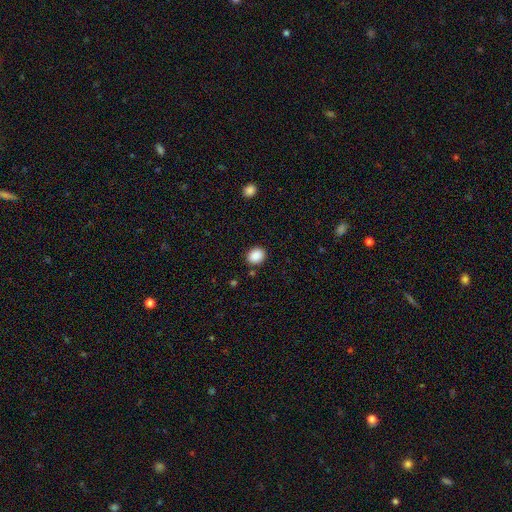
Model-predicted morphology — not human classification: smooth 89%, star or artifact 9%, featured or disk 3%. Down the decision tree: how rounded — round (66%); merging — none (89%).